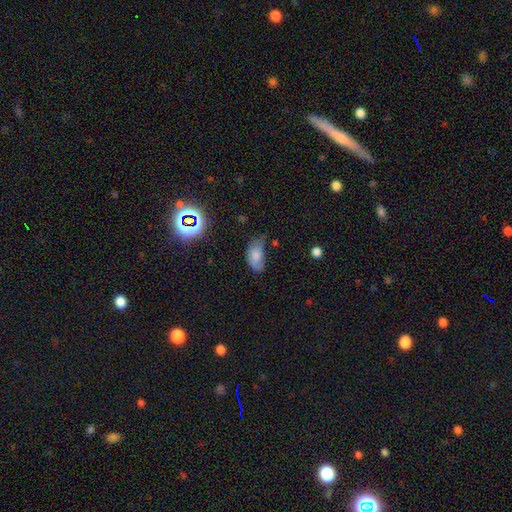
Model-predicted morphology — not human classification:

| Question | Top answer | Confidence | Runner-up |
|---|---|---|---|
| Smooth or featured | smooth | 75% | star or artifact (13%) |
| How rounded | in between | 91% | round (6%) |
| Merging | minor disturbance | 41% | none (33%) |